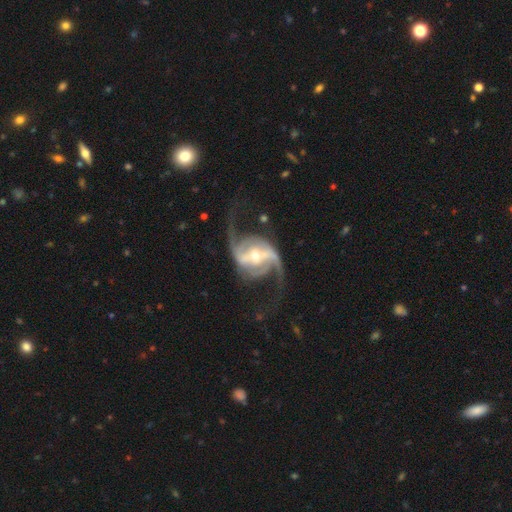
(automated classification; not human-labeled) This is clearly a featured or disk galaxy (92%). It is clearly not viewed edge-on (97%). Bar: possibly strong (57%). Spiral arm pattern: clearly yes (98%). Spiral arm count: clearly 2 (91%). Spiral winding: possibly loose (55%). Central bulge: possibly small (52%). Merging: likely none (69%).